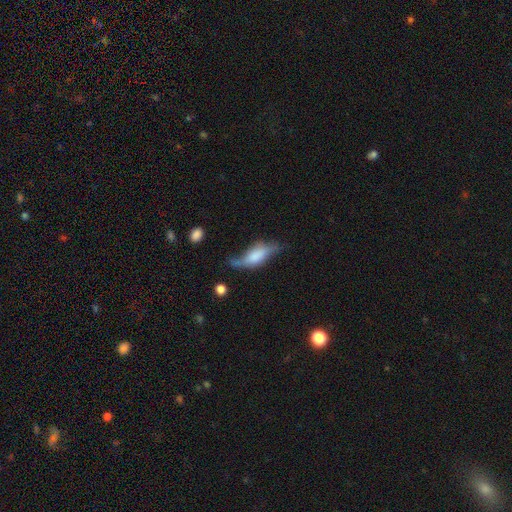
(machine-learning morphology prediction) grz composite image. It shows a smooth galaxy with no disk features (51%) that is in between round and cigar-shaped (68%). Merging: none (36%).